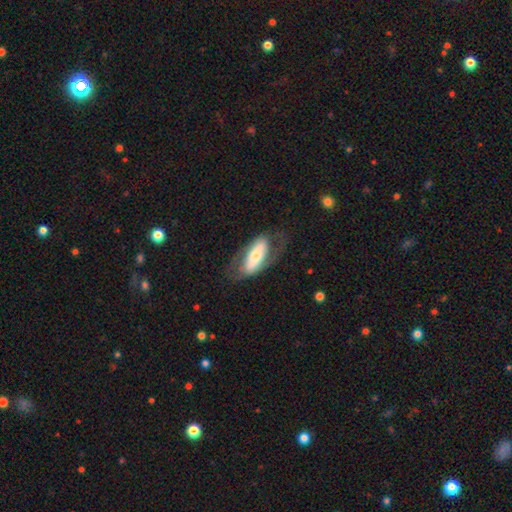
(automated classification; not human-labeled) Smooth or featured? featured or disk (55%)
Edge-on disk? no (83%)
Merging? none (65%)